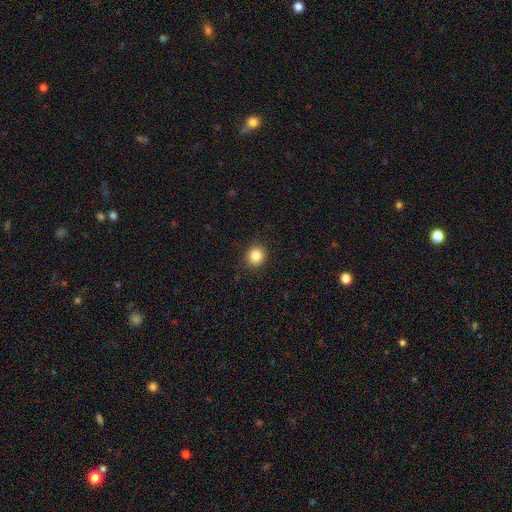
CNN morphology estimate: A smooth galaxy with no disk features (85%) that is round (80%).

Vote fractions:
- Smooth or featured? smooth: 85% / star or artifact: 10% / featured or disk: 5%
- How rounded? round: 80% / in between: 19% / cigar-shaped: 1%
- Merging? none: 89% / minor disturbance: 8% / major disturbance: 2% / merger: 1%